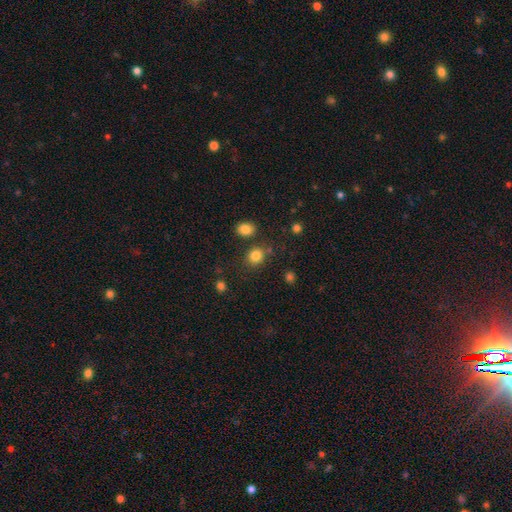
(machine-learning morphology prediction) type=smooth (84%); roundness=round (70%); merging=none (77%).